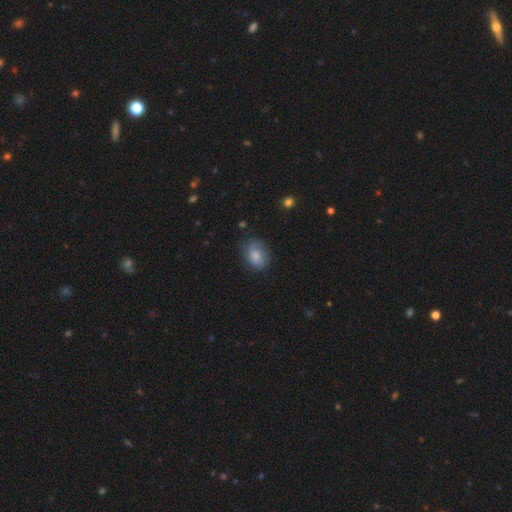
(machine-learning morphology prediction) This appears to be a smooth galaxy with no disk features (71%) that is in between round and cigar-shaped (68%). Merging: none (68%).